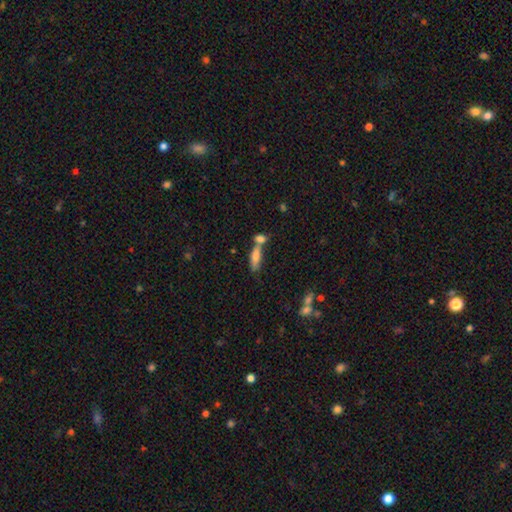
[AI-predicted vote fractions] Smooth or featured: smooth — 75% (featured or disk — 16%)
How rounded: in between — 53% (cigar-shaped — 44%)
Merging: merger — 47% (none — 37%)